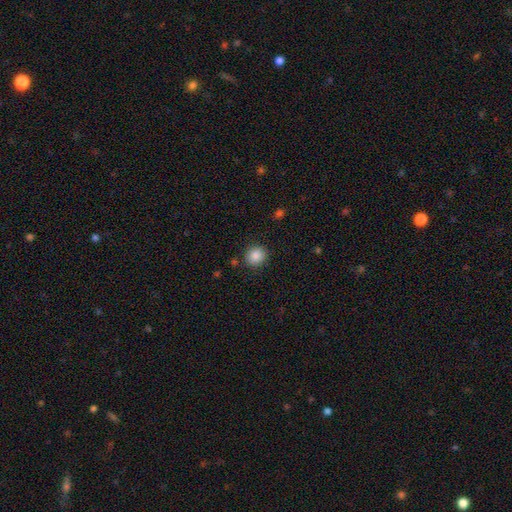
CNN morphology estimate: Smooth or featured?
  - smooth: 87% *
  - star or artifact: 9%
  - featured or disk: 4%
How rounded?
  - round: 82% *
  - in between: 17%
  - cigar-shaped: 1%
Merging?
  - none: 87% *
  - minor disturbance: 8%
  - major disturbance: 3%
  - merger: 2%